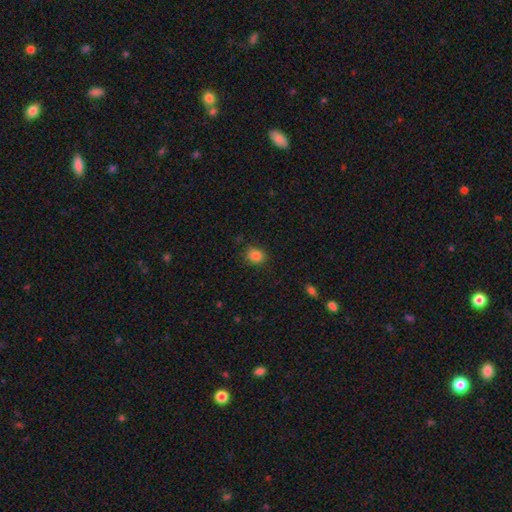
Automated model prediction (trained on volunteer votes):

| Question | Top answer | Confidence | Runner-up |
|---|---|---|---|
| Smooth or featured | smooth | 84% | star or artifact (12%) |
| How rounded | round | 70% | in between (29%) |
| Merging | none | 81% | minor disturbance (14%) |